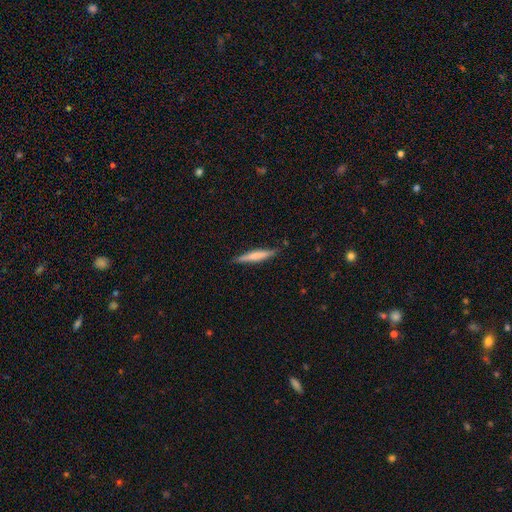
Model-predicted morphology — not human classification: smooth 58%, featured or disk 37%, star or artifact 6%. Down the decision tree: how rounded — cigar-shaped (93%); merging — none (86%).